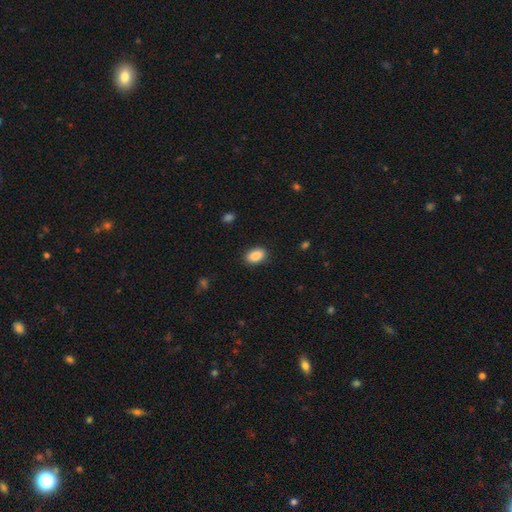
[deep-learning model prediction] Smooth or featured: smooth — 89% (star or artifact — 7%)
How rounded: in between — 90% (round — 9%)
Merging: none — 89% (minor disturbance — 8%)